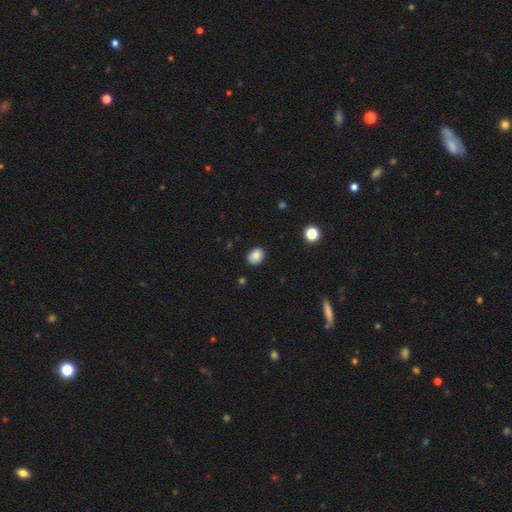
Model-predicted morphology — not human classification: Overall: smooth (86%). How rounded: in between (68%; round 31%). Merging: none (86%).